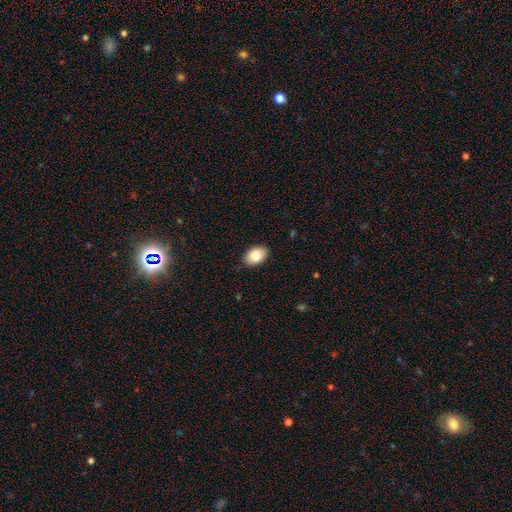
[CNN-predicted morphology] This appears to be a smooth galaxy with no disk features (83%) that is in between round and cigar-shaped (89%). Merging: none (87%).